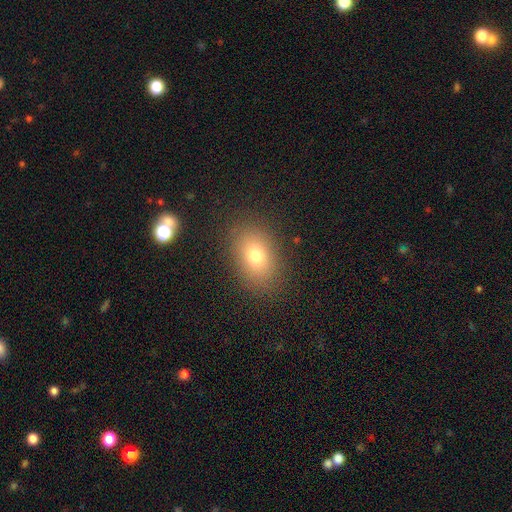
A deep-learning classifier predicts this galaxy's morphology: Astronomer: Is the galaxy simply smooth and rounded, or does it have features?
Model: smooth — 74%.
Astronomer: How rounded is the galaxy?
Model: in between — 78%.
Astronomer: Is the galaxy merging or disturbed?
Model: none — 85%.